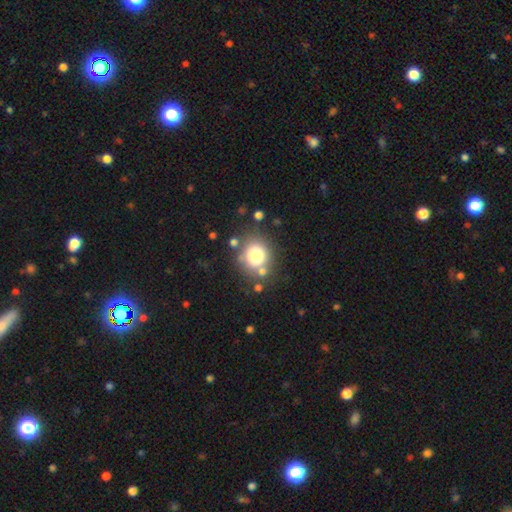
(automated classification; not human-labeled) Smooth or featured: smooth — 77% (star or artifact — 12%)
How rounded: round — 77% (in between — 22%)
Merging: none — 71% (minor disturbance — 13%)